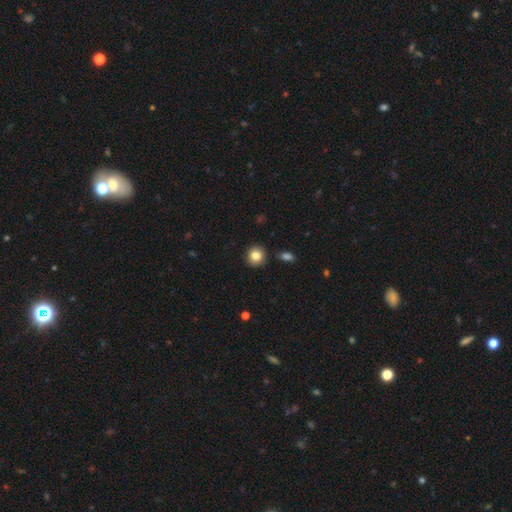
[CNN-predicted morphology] A smooth galaxy with no disk features (83%) that is round (89%).

Vote fractions:
- Smooth or featured? smooth: 83% / star or artifact: 9% / featured or disk: 7%
- How rounded? round: 89% / in between: 10% / cigar-shaped: 1%
- Merging? none: 89% / minor disturbance: 7% / merger: 2% / major disturbance: 2%